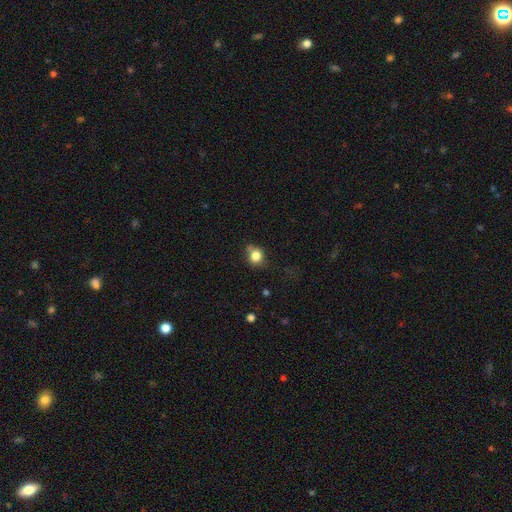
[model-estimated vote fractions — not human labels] Q: Smooth or featured?
A: smooth (81%); runner-up: star or artifact (11%)
Q: How rounded?
A: round (78%); runner-up: in between (21%)
Q: Merging?
A: none (60%); runner-up: minor disturbance (22%)